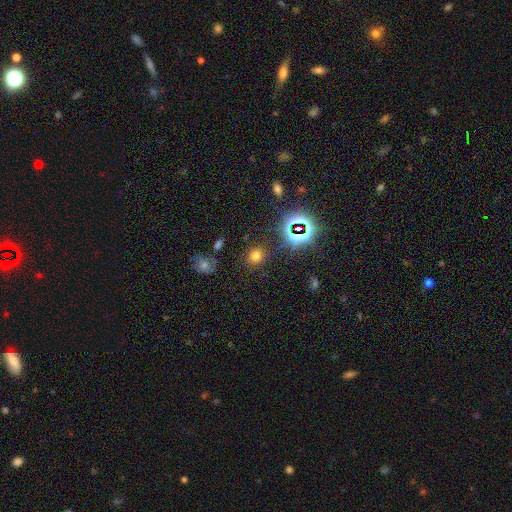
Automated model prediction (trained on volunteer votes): Morphology: type=smooth (65%); roundness=round (81%); merging=none (83%).